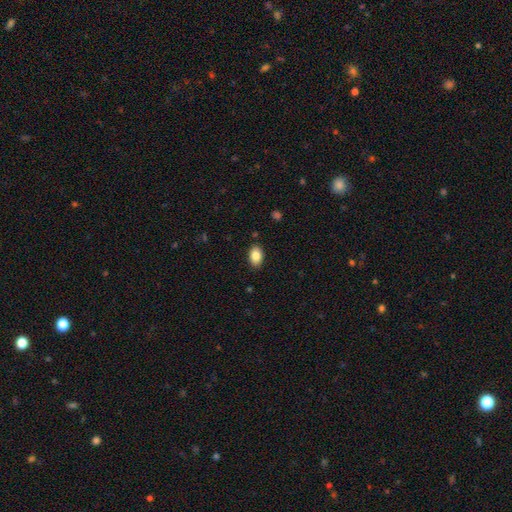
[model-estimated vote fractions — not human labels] Morphology: type=smooth (86%); roundness=in between (89%); merging=none (88%).